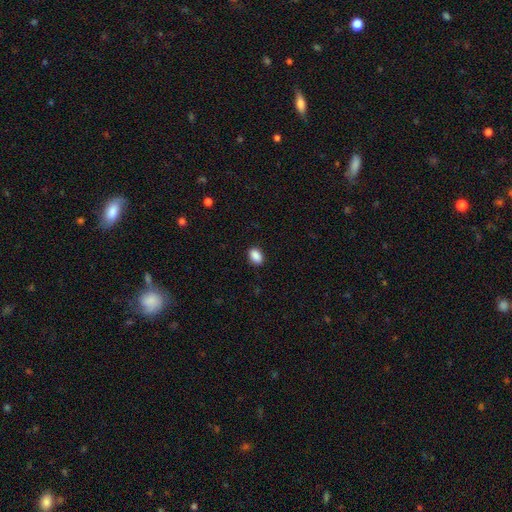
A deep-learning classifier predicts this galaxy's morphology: Smooth or featured? Predicted: smooth (p=0.90). How rounded? Predicted: in between (p=0.84). Merging? Predicted: none (p=0.89).